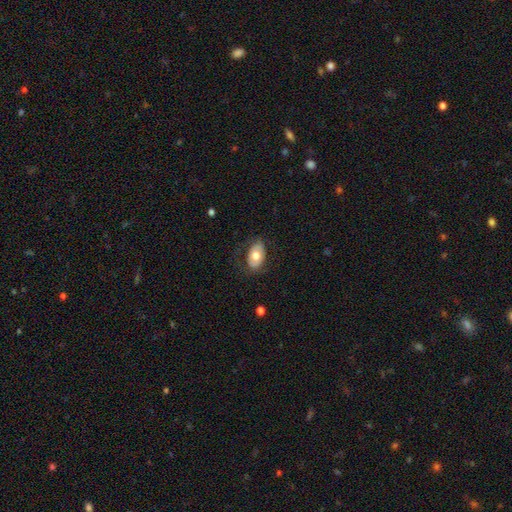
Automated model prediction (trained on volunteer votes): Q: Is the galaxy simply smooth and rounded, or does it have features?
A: smooth — 64%.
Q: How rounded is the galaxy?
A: in between — 89%.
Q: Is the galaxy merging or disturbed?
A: none — 75%.